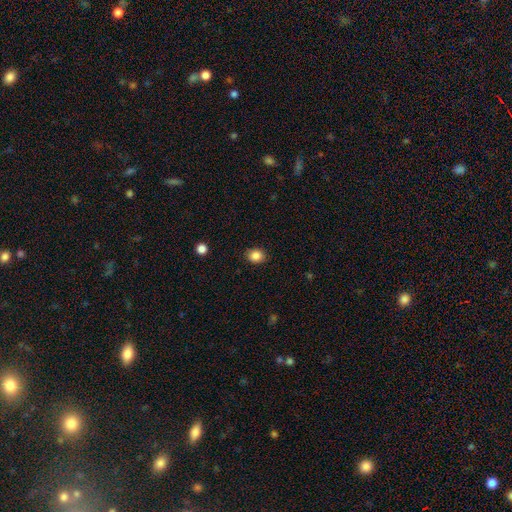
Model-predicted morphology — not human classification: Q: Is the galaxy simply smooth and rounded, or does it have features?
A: smooth — 86%.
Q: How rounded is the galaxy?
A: round — 61%.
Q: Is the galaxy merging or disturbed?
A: none — 88%.